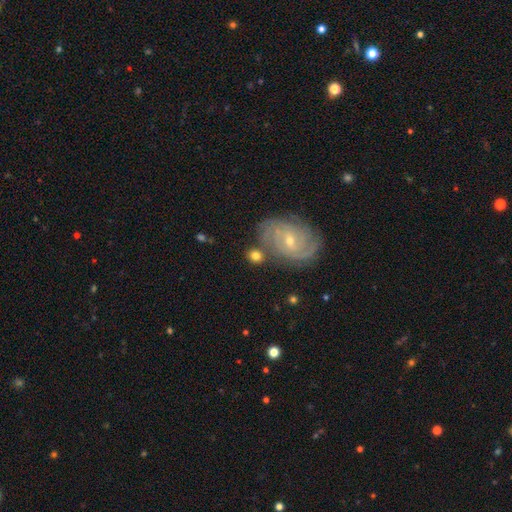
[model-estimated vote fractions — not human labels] smooth 57%, featured or disk 34%, star or artifact 8%. Down the decision tree: how rounded — round (66%); merging — none (69%).